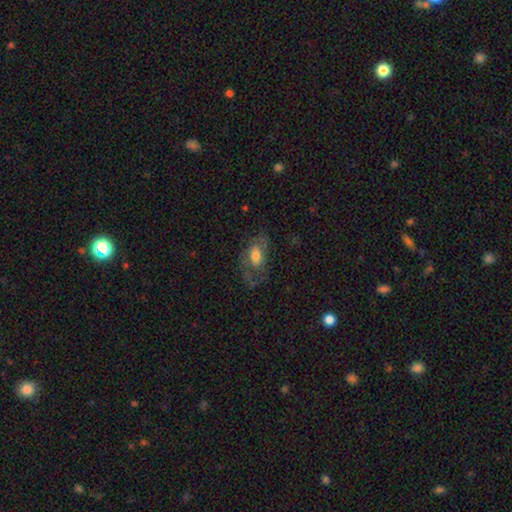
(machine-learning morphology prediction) smooth-or-featured: smooth: 50% | featured or disk: 42% | star or artifact: 8%
  how-rounded: in between: 87% | round: 8% | cigar-shaped: 5%
  merging: none: 50% | major disturbance: 25% | minor disturbance: 23% | merger: 2%